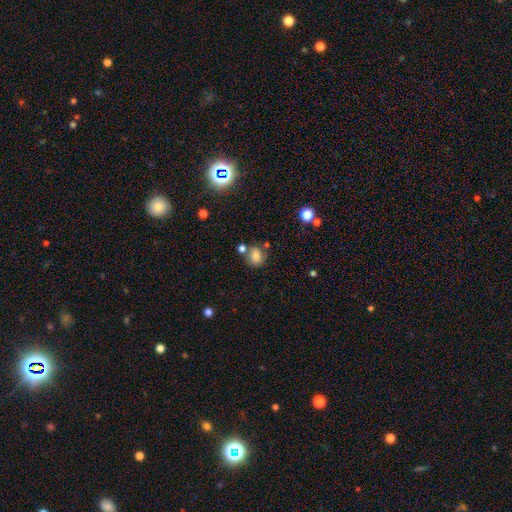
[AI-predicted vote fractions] smooth 76%, star or artifact 13%, featured or disk 11%. Down the decision tree: how rounded — round (67%); merging — none (66%).